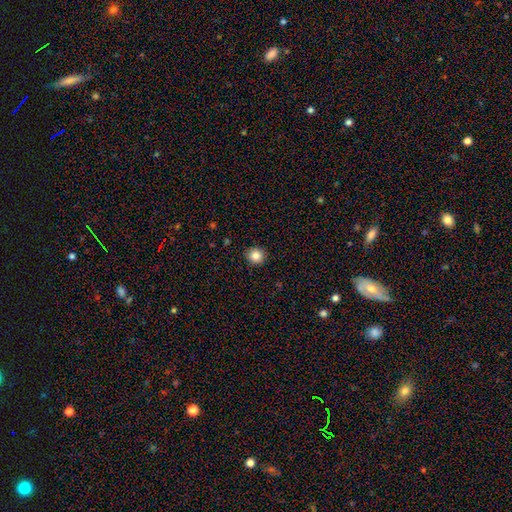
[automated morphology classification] Smooth or featured: smooth — 84% (star or artifact — 11%)
How rounded: round — 92% (in between — 7%)
Merging: none — 91% (minor disturbance — 6%)